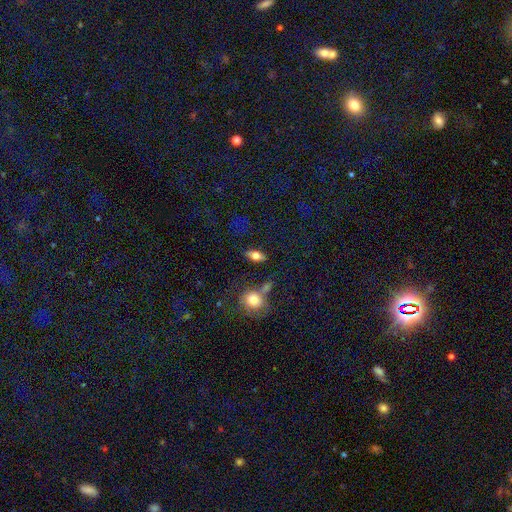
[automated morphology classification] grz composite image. It shows a smooth galaxy with no disk features (65%) that is in between round and cigar-shaped (76%). Merging: none (77%).